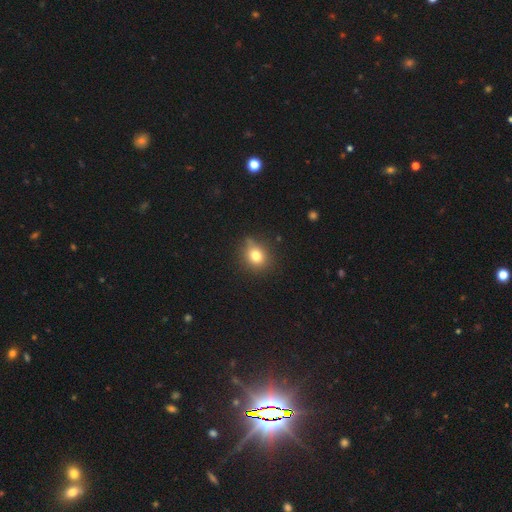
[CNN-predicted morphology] Smooth or featured: smooth — 77% (star or artifact — 13%)
How rounded: round — 75% (in between — 24%)
Merging: none — 75% (minor disturbance — 18%)